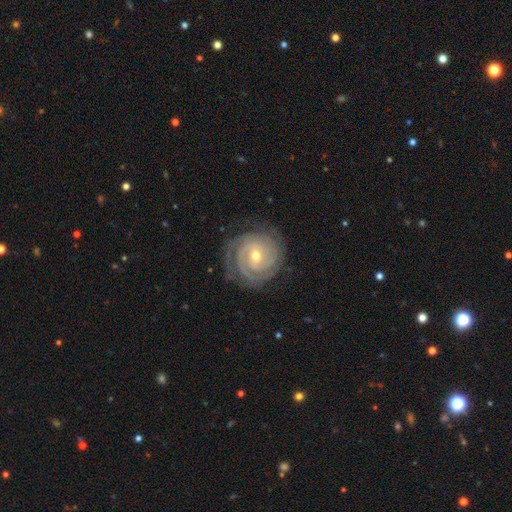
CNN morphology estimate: Smooth or featured: featured or disk — 90% (smooth — 5%)
Edge-on disk: no — 98% (yes — 2%)
Bar: no — 43% (weak — 41%)
Spiral arms: yes — 98% (no — 2%)
Spiral winding: tight — 85% (medium — 13%)
Spiral arm count: 2 — 31% (3 — 28%)
Bulge size: moderate — 50% (small — 47%)
Merging: none — 80% (minor disturbance — 14%)